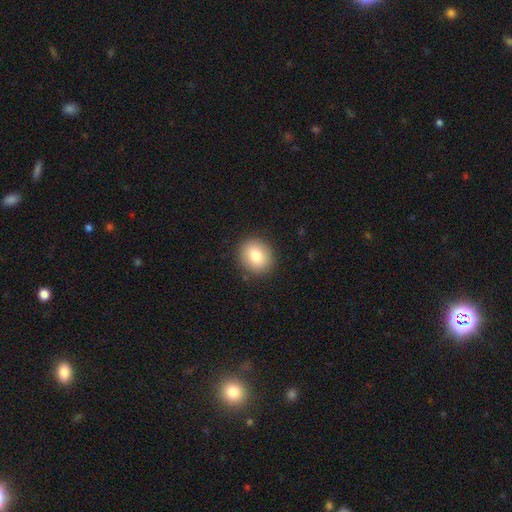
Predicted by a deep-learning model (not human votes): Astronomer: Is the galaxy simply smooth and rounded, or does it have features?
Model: smooth — 81%.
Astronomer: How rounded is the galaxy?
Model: round — 72%.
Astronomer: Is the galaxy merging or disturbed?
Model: none — 89%.